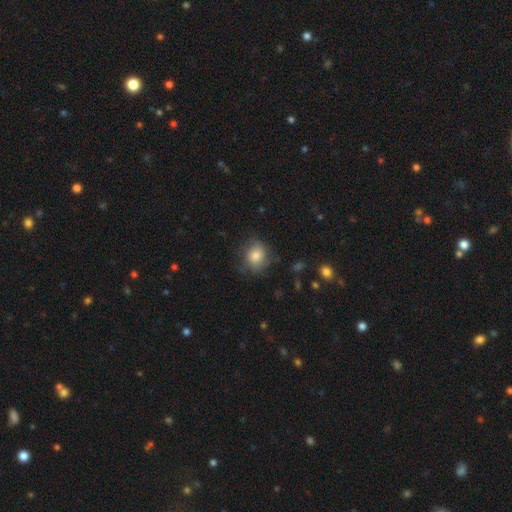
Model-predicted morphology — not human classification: This appears to be a smooth galaxy with no disk features (78%) that is round (69%). Merging: none (71%).